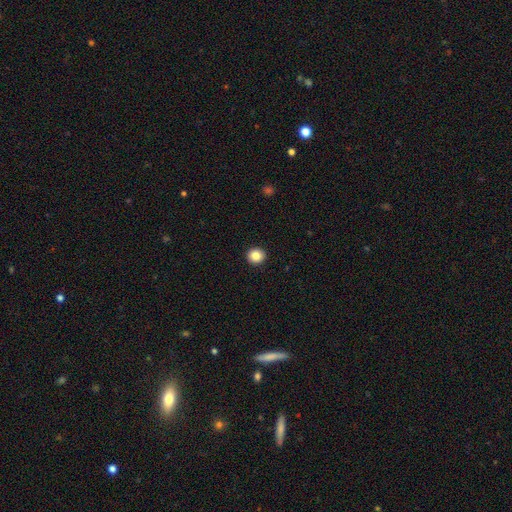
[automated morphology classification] Smooth or featured: smooth — 85% (star or artifact — 10%)
How rounded: round — 93% (in between — 6%)
Merging: none — 93% (minor disturbance — 4%)